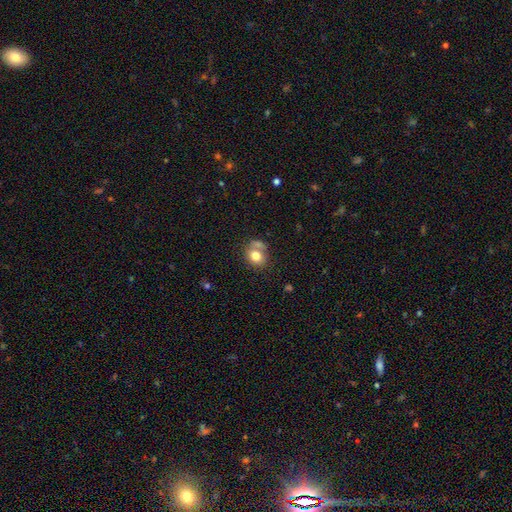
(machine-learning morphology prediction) A smooth galaxy with no disk features (77%) that is round (62%). Merging: none (49%).